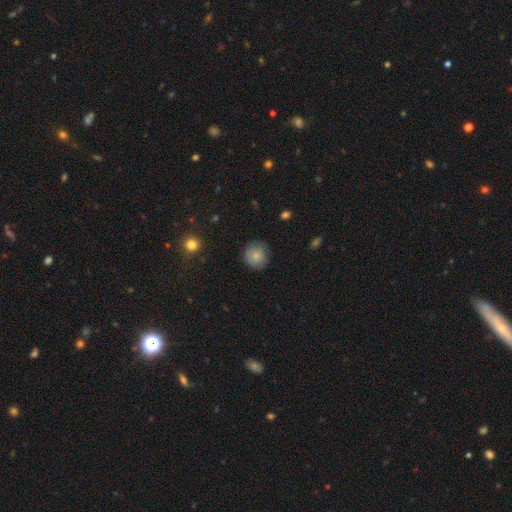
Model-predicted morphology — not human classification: type=smooth (80%); roundness=round (90%); merging=none (80%).